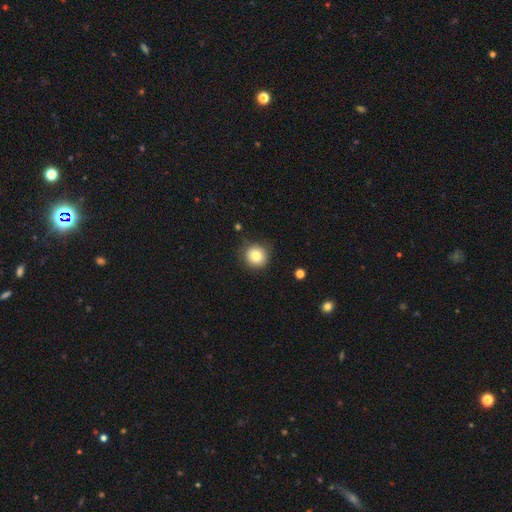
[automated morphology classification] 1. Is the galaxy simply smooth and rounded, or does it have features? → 80% smooth, 10% star or artifact, 9% featured or disk.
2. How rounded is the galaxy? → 92% round, 7% in between, 1% cigar-shaped.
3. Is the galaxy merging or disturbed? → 83% none, 12% minor disturbance, 3% major disturbance, 1% merger.